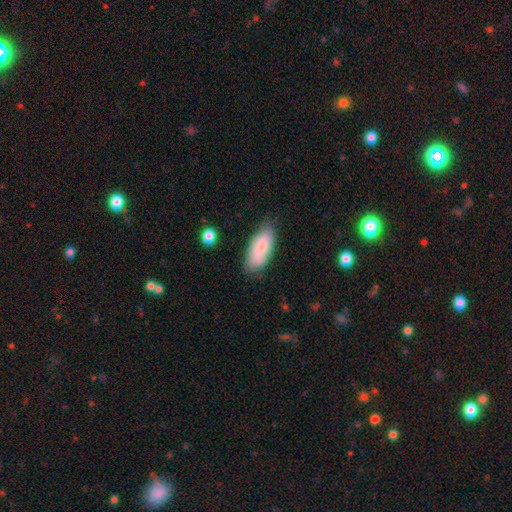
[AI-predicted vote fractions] smooth-or-featured: smooth: 83% | featured or disk: 11% | star or artifact: 6%
  how-rounded: in between: 86% | cigar-shaped: 12% | round: 2%
  merging: none: 72% | minor disturbance: 22% | major disturbance: 4% | merger: 2%